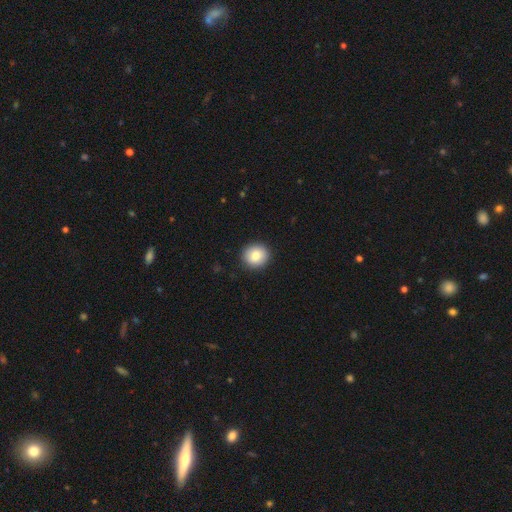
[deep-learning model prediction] smooth_or_featured: smooth (p=0.84) [alt: star or artifact p=0.08]
how_rounded: round (p=0.88) [alt: in between p=0.11]
merging: none (p=0.91) [alt: minor disturbance p=0.06]